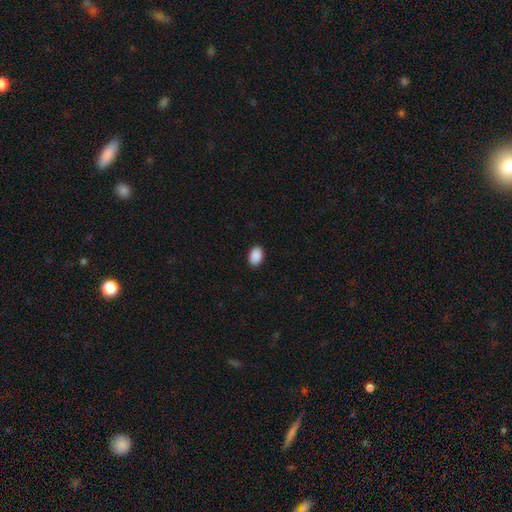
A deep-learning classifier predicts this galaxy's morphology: smooth_or_featured: smooth (p=0.91) [alt: star or artifact p=0.07]
how_rounded: in between (p=0.83) [alt: round p=0.16]
merging: none (p=0.90) [alt: minor disturbance p=0.07]